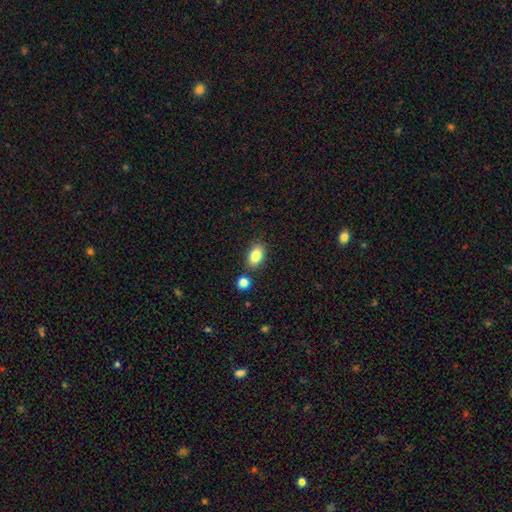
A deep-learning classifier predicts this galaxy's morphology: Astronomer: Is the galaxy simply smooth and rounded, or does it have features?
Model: smooth — 83%.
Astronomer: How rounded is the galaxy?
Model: in between — 86%.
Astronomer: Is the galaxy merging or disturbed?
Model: none — 80%.